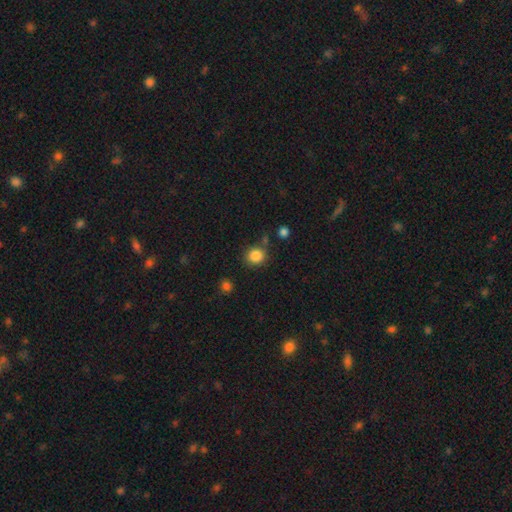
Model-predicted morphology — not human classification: This is clearly a smooth galaxy (85%). How rounded: clearly round (86%). Merging: likely none (78%).